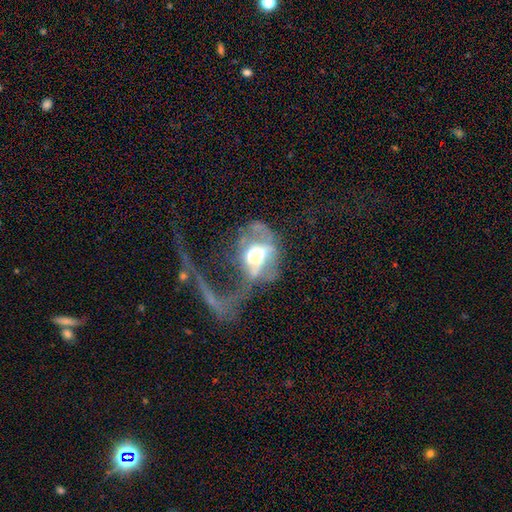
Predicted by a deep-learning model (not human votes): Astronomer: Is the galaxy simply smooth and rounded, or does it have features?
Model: featured or disk — 60%.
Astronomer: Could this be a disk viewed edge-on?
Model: no — 93%.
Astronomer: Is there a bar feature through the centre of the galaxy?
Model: no — 64%.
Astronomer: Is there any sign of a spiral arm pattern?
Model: no — 71%.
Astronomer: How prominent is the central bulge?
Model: large — 43% (runner-up: moderate, 35%).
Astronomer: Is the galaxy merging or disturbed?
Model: major disturbance — 57%.